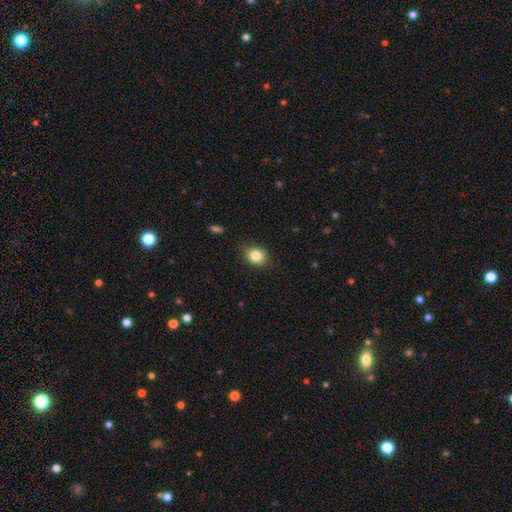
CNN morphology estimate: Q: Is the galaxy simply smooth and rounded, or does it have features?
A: smooth — 84%.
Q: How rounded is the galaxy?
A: round — 52%.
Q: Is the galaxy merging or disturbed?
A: none — 85%.